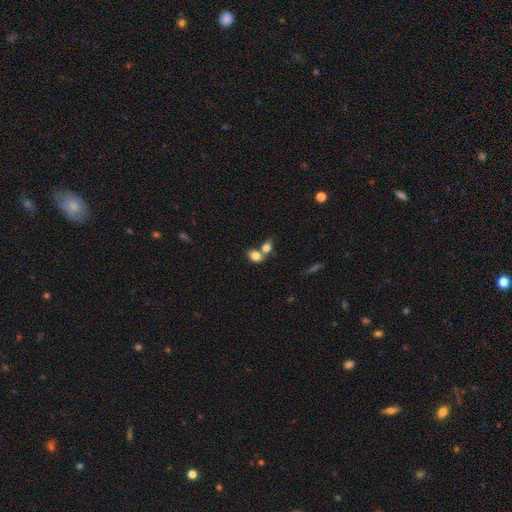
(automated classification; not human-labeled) A smooth galaxy with no disk features (80%) that is in between round and cigar-shaped (67%).

Vote fractions:
- Smooth or featured? smooth: 80% / featured or disk: 10% / star or artifact: 9%
- How rounded? in between: 67% / round: 31% / cigar-shaped: 2%
- Merging? merger: 53% / none: 34% / minor disturbance: 9% / major disturbance: 4%